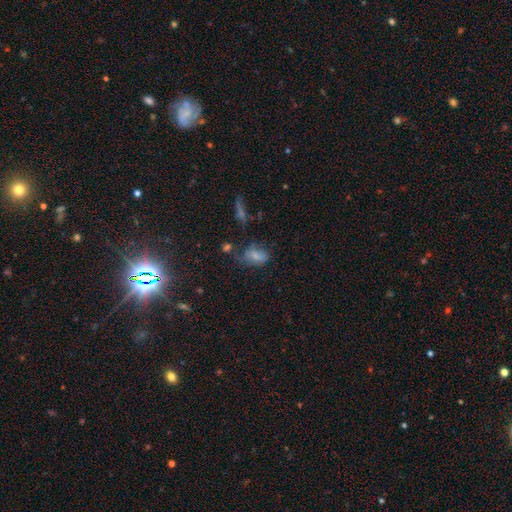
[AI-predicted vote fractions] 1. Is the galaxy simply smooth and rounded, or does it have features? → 70% smooth, 17% featured or disk, 13% star or artifact.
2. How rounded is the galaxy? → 85% in between, 12% round, 3% cigar-shaped.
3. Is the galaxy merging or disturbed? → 44% none, 29% minor disturbance, 18% major disturbance, 8% merger.